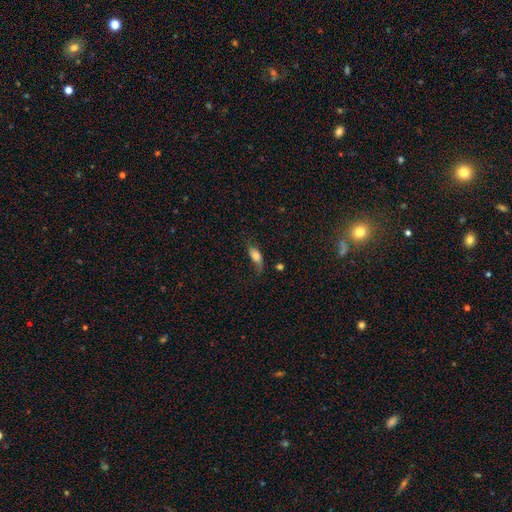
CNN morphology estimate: Smooth or featured: smooth — 66% (featured or disk — 27%)
How rounded: in between — 77% (cigar-shaped — 18%)
Merging: none — 50% (minor disturbance — 30%)